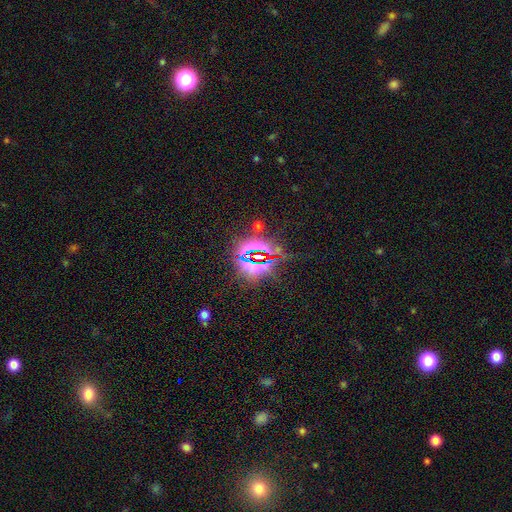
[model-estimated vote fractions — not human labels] smooth-or-featured: star or artifact: 80% | smooth: 12% | featured or disk: 8%